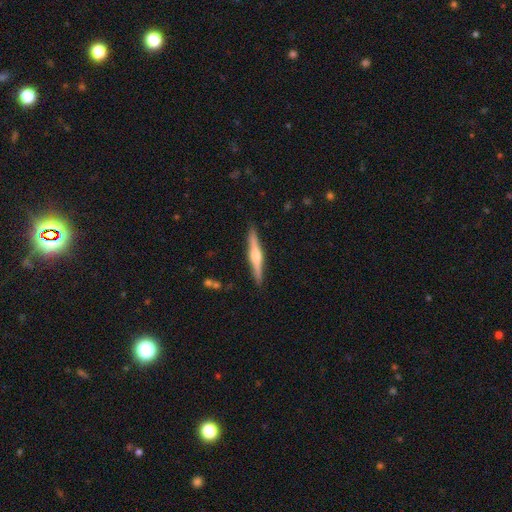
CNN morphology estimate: This is likely a featured or disk galaxy (68%). It is clearly viewed edge-on (98%). Edge-on bulge: clearly rounded (83%). Merging: clearly none (90%).